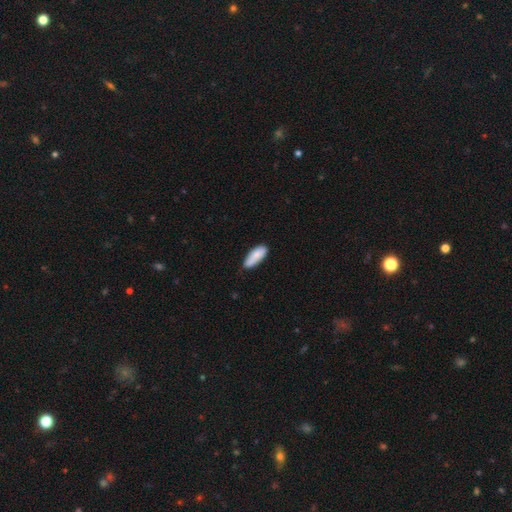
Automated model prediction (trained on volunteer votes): A smooth galaxy with no disk features (84%) that is in between round and cigar-shaped (72%). Merging: none (70%).